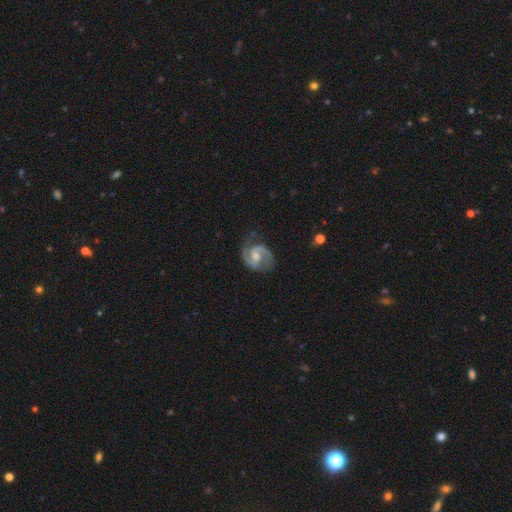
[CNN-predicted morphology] type=featured or disk (90%); edge-on=no (98%); bar=weak (53%); spiral arms=yes (98%); winding=medium (59%); arm count=2 (92%); bulge=moderate (55%); merging=none (75%).